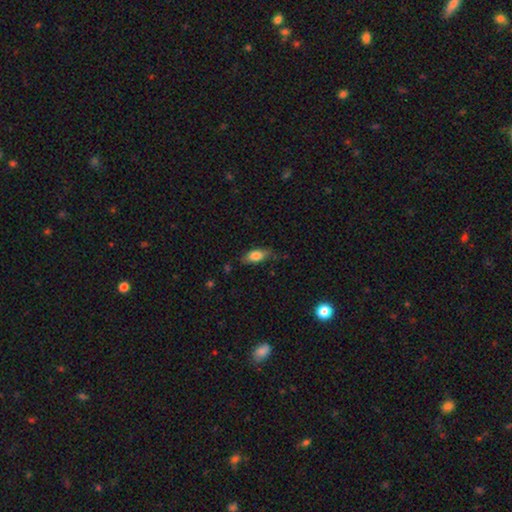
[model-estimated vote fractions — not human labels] This appears to be a smooth galaxy with no disk features (79%) that is in between round and cigar-shaped (83%). Merging: none (68%).